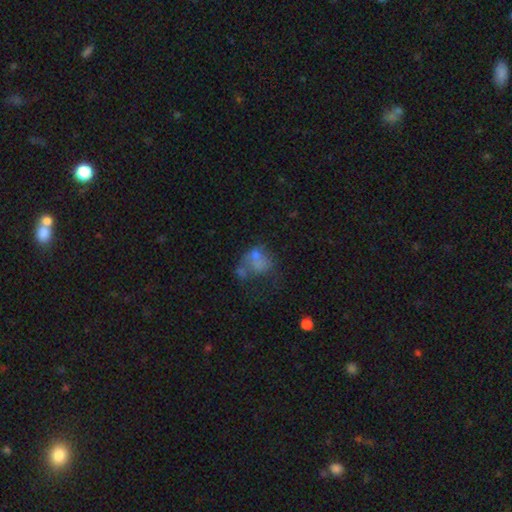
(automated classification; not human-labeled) This appears to be a smooth galaxy with no disk features (54%) that is in between round and cigar-shaped (57%). Merging: merger (31%).